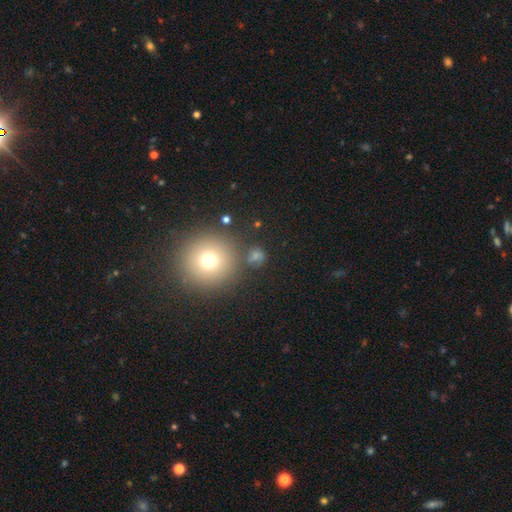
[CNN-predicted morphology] smooth_or_featured: smooth (p=0.66) [alt: star or artifact p=0.23]
how_rounded: round (p=0.88) [alt: in between p=0.11]
merging: none (p=0.76) [alt: merger p=0.10]